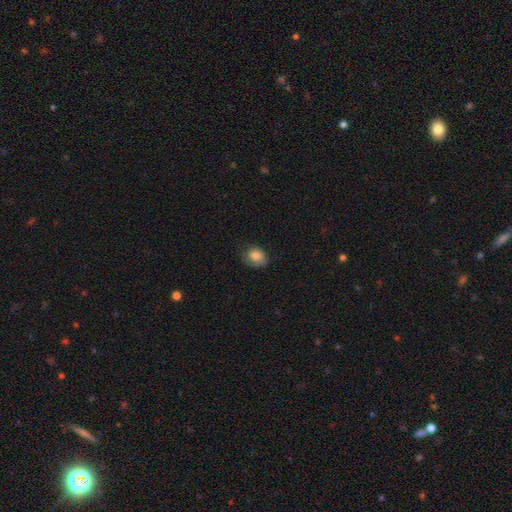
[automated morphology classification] smooth 81%, featured or disk 11%, star or artifact 8%. Down the decision tree: how rounded — round (50%); merging — none (64%).